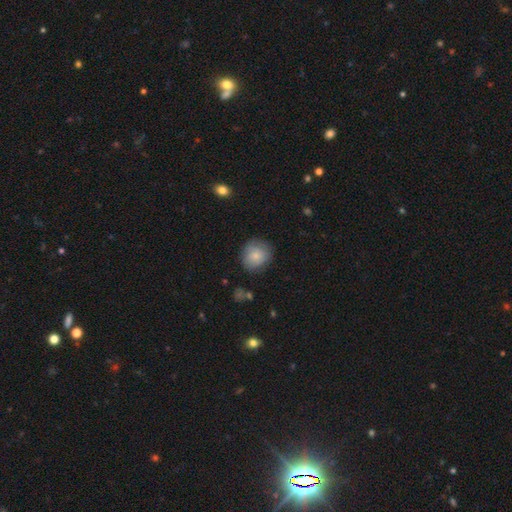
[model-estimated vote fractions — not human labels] The model was most divided on "merging": none: 76%, minor disturbance: 18%, major disturbance: 5%, merger: 2%. More confident: how rounded — round (80%); smooth or featured — smooth (77%).